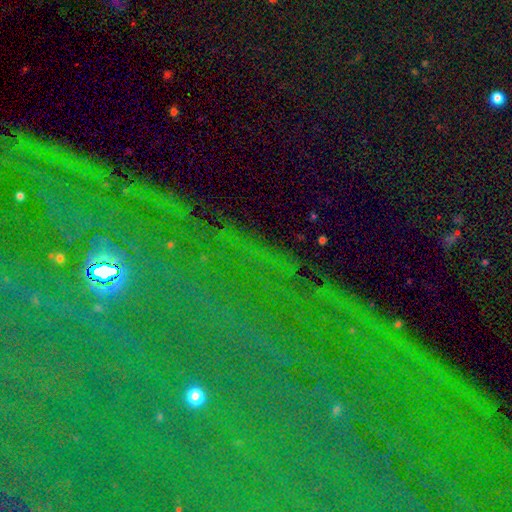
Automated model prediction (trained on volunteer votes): Smooth or featured? star or artifact (84%)